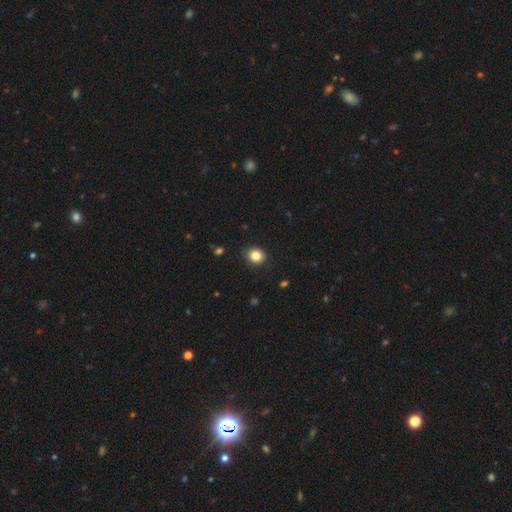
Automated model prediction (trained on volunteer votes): Q: Smooth or featured?
A: smooth (85%); runner-up: star or artifact (10%)
Q: How rounded?
A: round (71%); runner-up: in between (28%)
Q: Merging?
A: none (86%); runner-up: minor disturbance (11%)